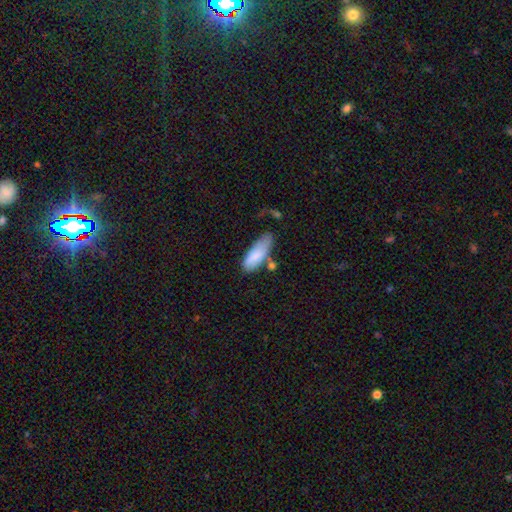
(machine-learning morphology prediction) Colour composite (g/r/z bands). It shows a smooth galaxy with no disk features (81%) that is in between round and cigar-shaped (71%). Merging: none (47%).